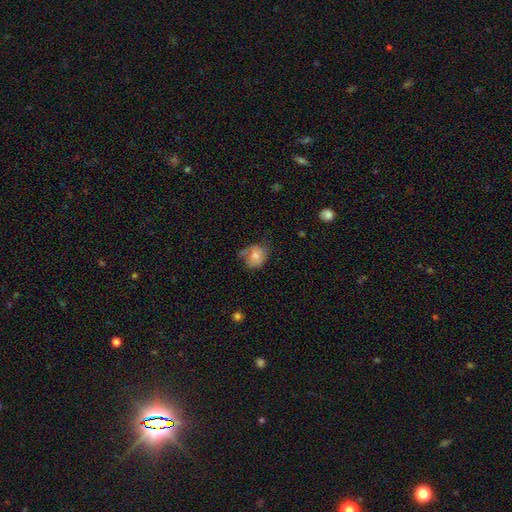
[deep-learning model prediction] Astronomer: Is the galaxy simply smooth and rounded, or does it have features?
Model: smooth — 69%.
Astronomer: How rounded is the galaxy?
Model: in between — 50% (runner-up: round, 49%).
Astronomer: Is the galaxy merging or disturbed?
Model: none — 46% (runner-up: minor disturbance, 32%).